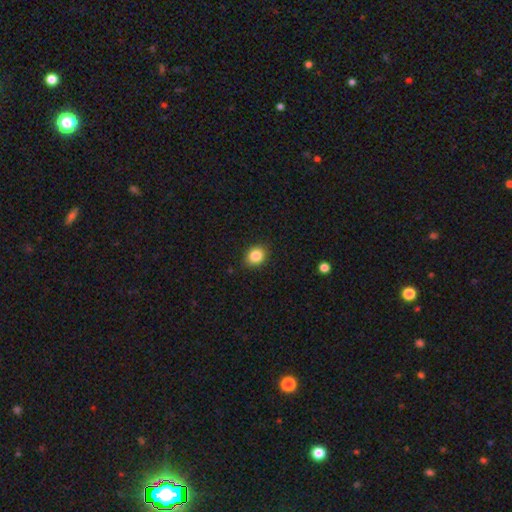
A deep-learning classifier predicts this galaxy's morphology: Overall: smooth (84%). How rounded: round (56%; in between 43%). Merging: none (87%).